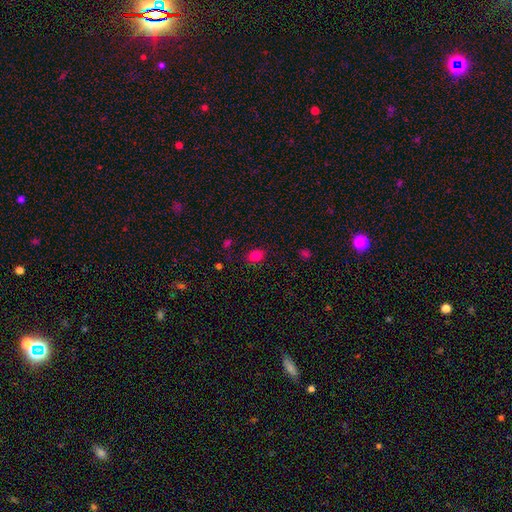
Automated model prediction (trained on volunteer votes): Overall: smooth (81%). How rounded: in between (58%; round 41%). Merging: none (86%).